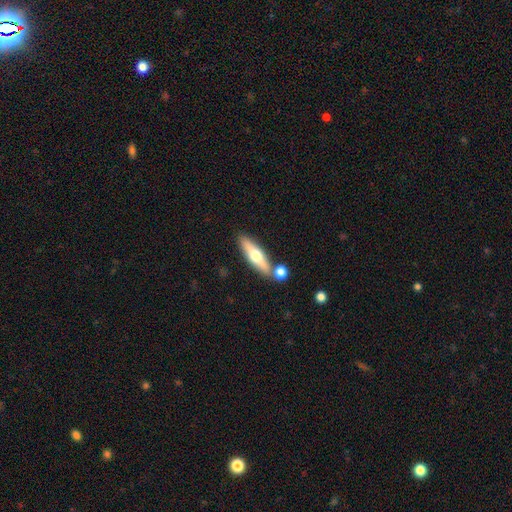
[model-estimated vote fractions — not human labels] smooth_or_featured: smooth (p=0.53) [alt: featured or disk p=0.41]
how_rounded: cigar-shaped (p=0.62) [alt: in between p=0.35]
merging: none (p=0.71) [alt: merger p=0.16]